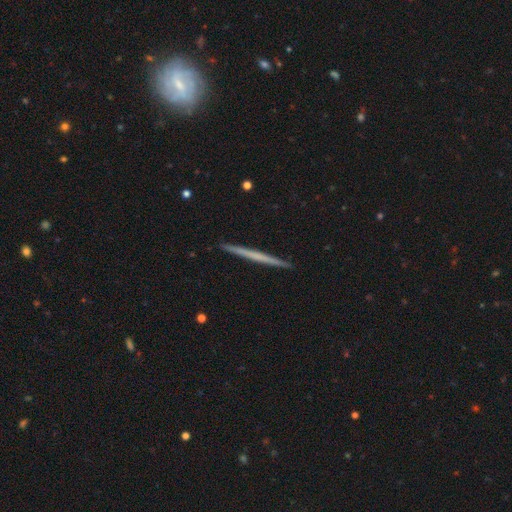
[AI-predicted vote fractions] Q: Smooth or featured?
A: featured or disk (53%); runner-up: smooth (42%)
Q: Edge-on disk?
A: yes (98%); runner-up: no (2%)
Q: Edge-on bulge?
A: none (91%); runner-up: rounded (6%)
Q: Merging?
A: none (93%); runner-up: minor disturbance (5%)